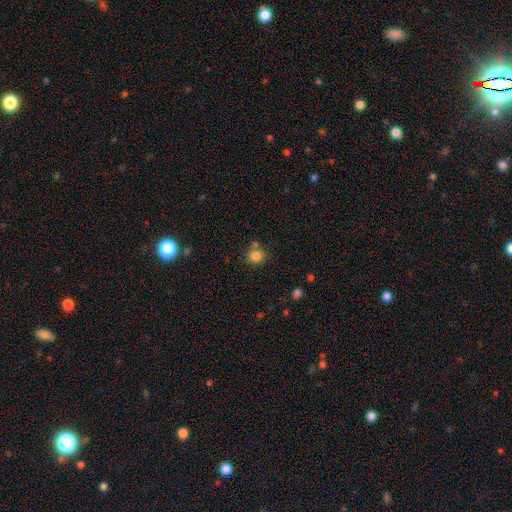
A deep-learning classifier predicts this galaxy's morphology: This appears to be a smooth galaxy with no disk features (82%) that is round (86%). Merging: none (70%).